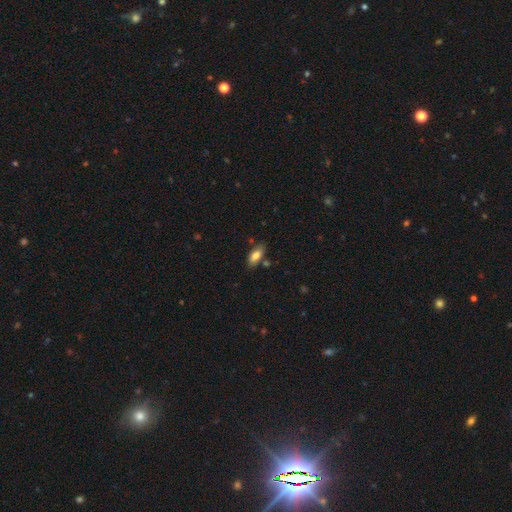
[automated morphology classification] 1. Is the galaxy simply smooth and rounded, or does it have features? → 82% smooth, 11% featured or disk, 7% star or artifact.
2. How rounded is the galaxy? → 84% in between, 13% cigar-shaped, 2% round.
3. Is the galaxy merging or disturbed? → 77% none, 15% minor disturbance, 5% merger, 3% major disturbance.